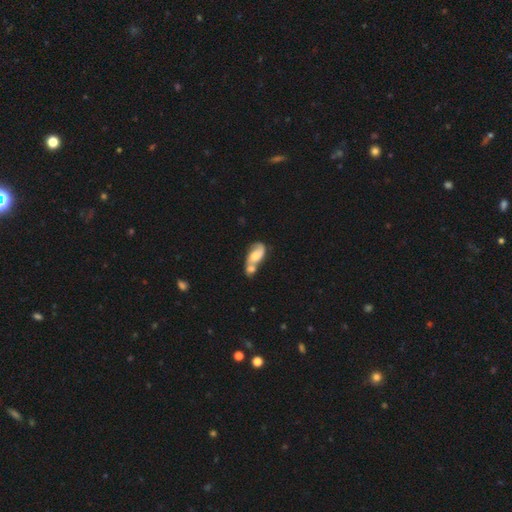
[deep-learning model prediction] This is possibly a featured or disk galaxy (49%). Merging: likely merger (66%).